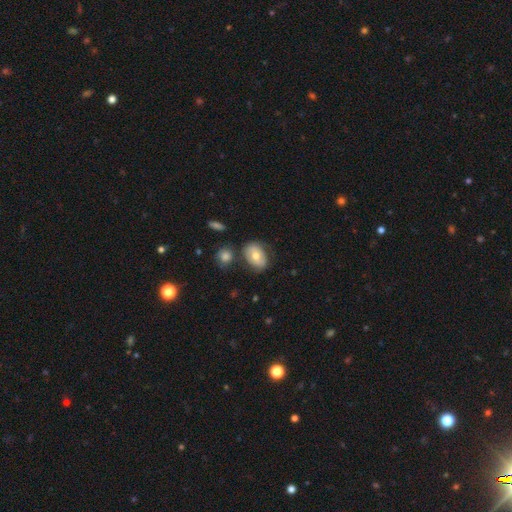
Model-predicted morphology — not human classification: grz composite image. It shows a smooth galaxy with no disk features (59%) that is in between round and cigar-shaped (80%). Merging: none (67%).